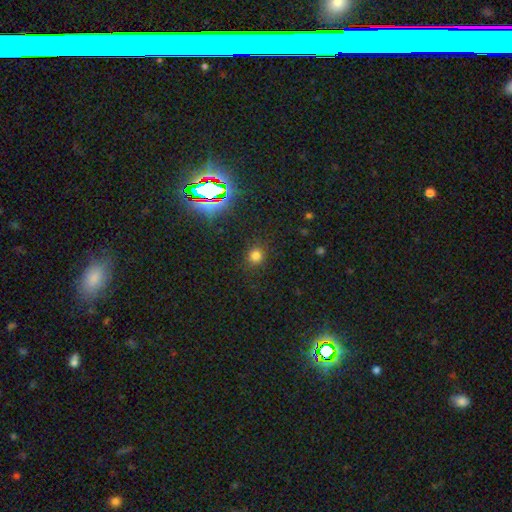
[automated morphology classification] Overall: smooth (74%). How rounded: round (84%). Merging: none (87%).